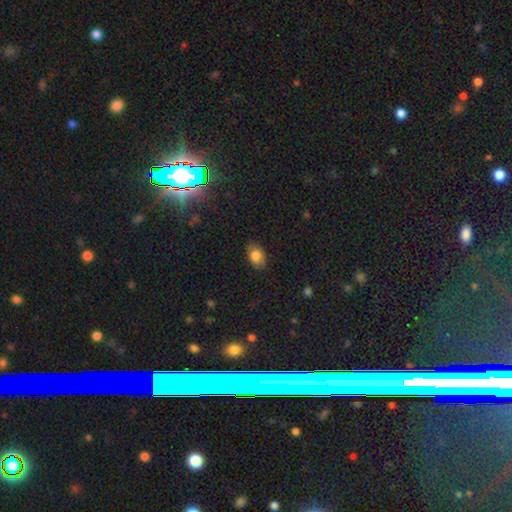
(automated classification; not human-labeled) Smooth or featured? Predicted: smooth (p=0.81). How rounded? Predicted: in between (p=0.81). Merging? Predicted: none (p=0.82).